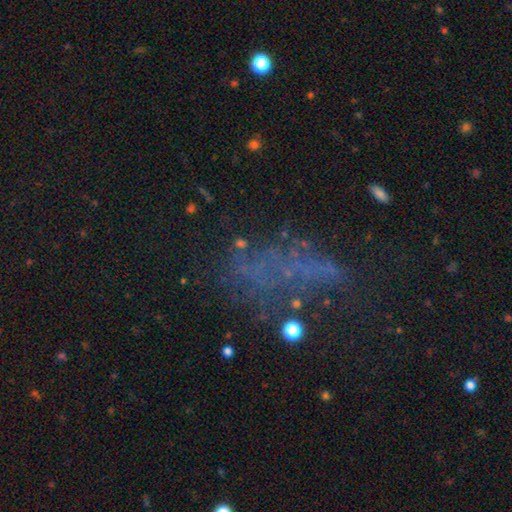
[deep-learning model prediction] A star or artifact, not a galaxy (38%).

Vote fractions:
- Smooth or featured? star or artifact: 38% / featured or disk: 35% / smooth: 27%